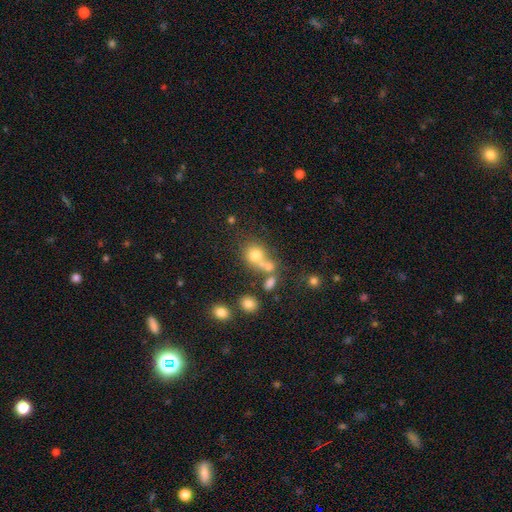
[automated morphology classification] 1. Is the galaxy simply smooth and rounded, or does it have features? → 68% smooth, 17% star or artifact, 15% featured or disk.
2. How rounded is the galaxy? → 75% round, 24% in between, 1% cigar-shaped.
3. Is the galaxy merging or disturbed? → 44% merger, 40% none, 10% minor disturbance, 7% major disturbance.